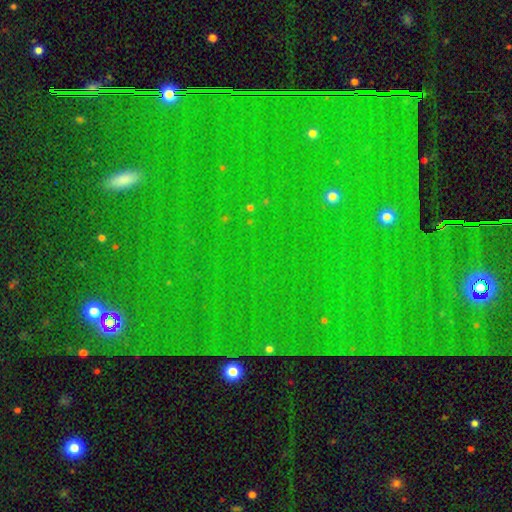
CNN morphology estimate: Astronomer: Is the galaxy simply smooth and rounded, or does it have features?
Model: star or artifact — 84%.